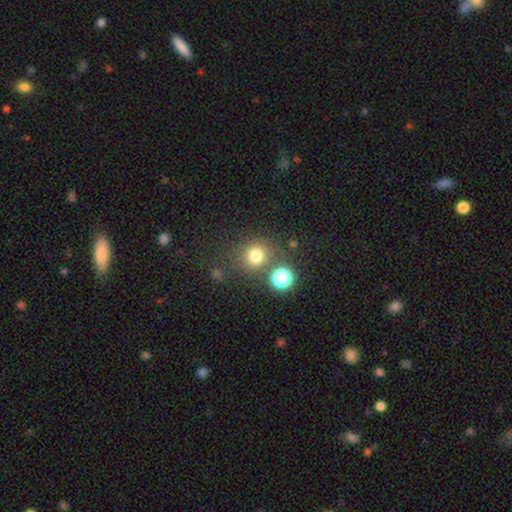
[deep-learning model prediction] Smooth or featured: smooth — 75% (star or artifact — 18%)
How rounded: round — 86% (in between — 13%)
Merging: none — 75% (minor disturbance — 10%)